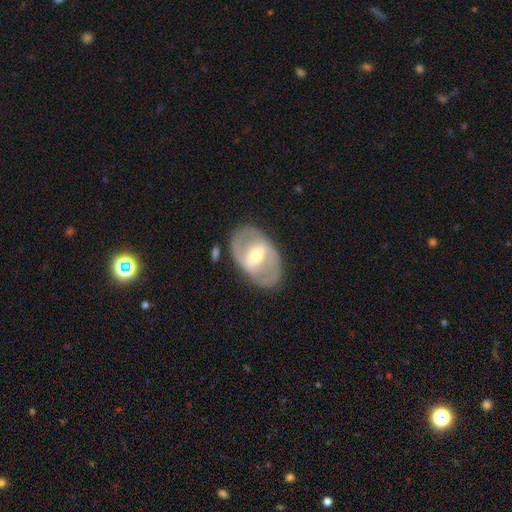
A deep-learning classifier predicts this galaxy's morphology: featured or disk 73%, smooth 22%, star or artifact 6%. Down the decision tree: edge-on disk — no (92%); bar — strong (56%); spiral arms — no (50%, tied with yes); bulge size — moderate (62%); merging — none (79%).